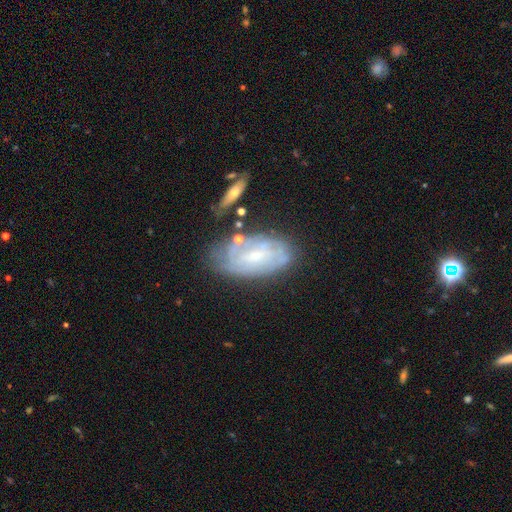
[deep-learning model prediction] The model was most divided on "bar": no: 52%, weak: 40%, strong: 9%. More confident: edge-on disk — no (92%); spiral arms — yes (74%); smooth or featured — featured or disk (66%); bulge size — small (64%); merging — none (62%).